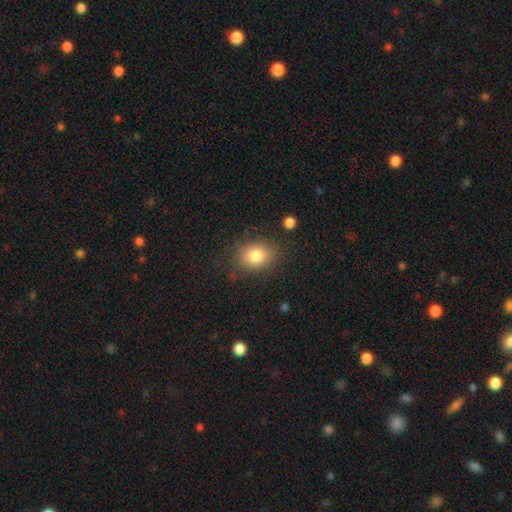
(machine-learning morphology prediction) type=smooth (82%); roundness=in between (56%); merging=none (80%).